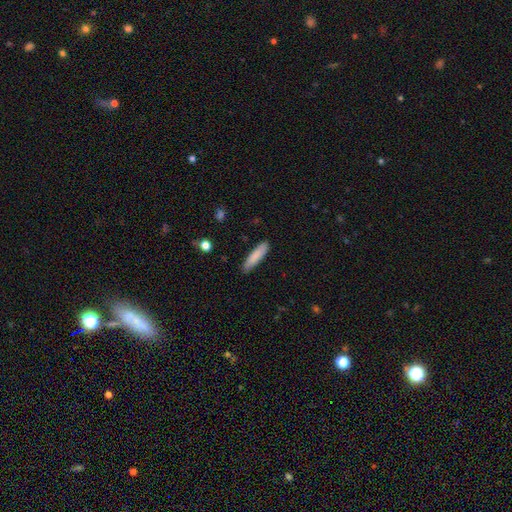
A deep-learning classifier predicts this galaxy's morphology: This is clearly a smooth galaxy (84%). How rounded: likely cigar-shaped (77%). Merging: clearly none (83%).